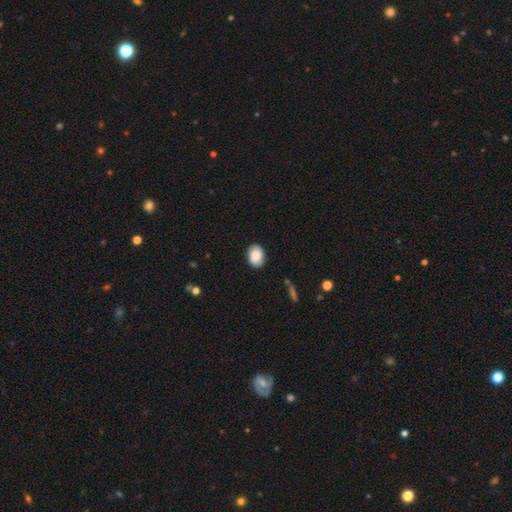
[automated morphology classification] Smooth or featured: smooth — 88% (star or artifact — 7%)
How rounded: in between — 72% (round — 27%)
Merging: none — 86% (minor disturbance — 10%)